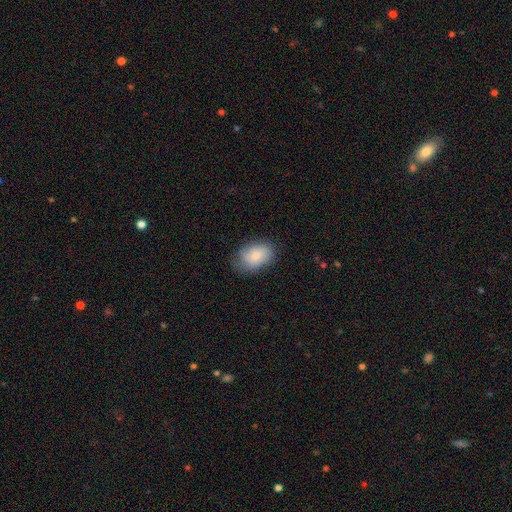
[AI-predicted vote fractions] This is likely a smooth galaxy (78%). How rounded: clearly in between (85%). Merging: likely none (68%).